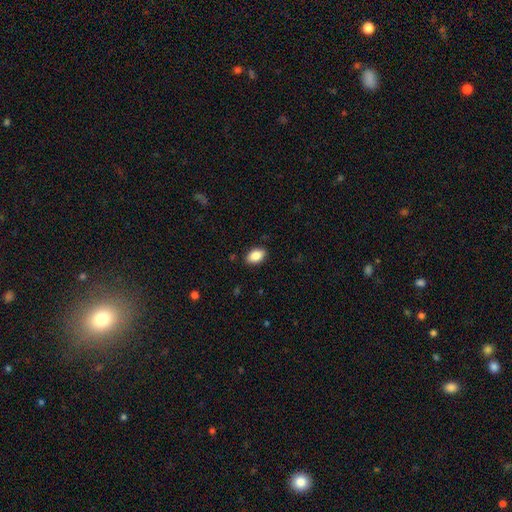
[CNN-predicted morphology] smooth-or-featured: smooth: 87% | star or artifact: 7% | featured or disk: 6%
  how-rounded: in between: 91% | round: 7% | cigar-shaped: 2%
  merging: none: 88% | minor disturbance: 9% | major disturbance: 2% | merger: 1%